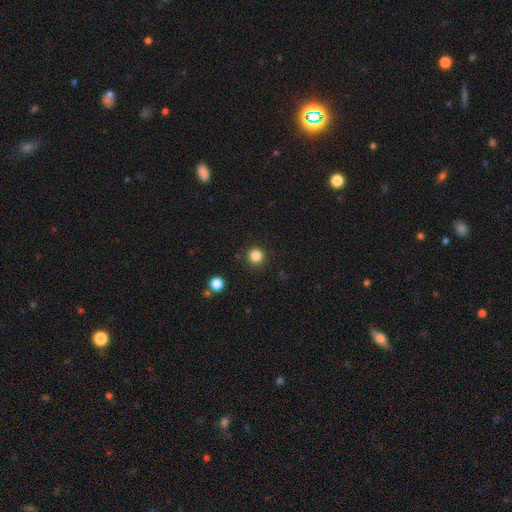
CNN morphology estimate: Smooth or featured? smooth (85%)
How rounded? round (96%)
Merging? none (91%)